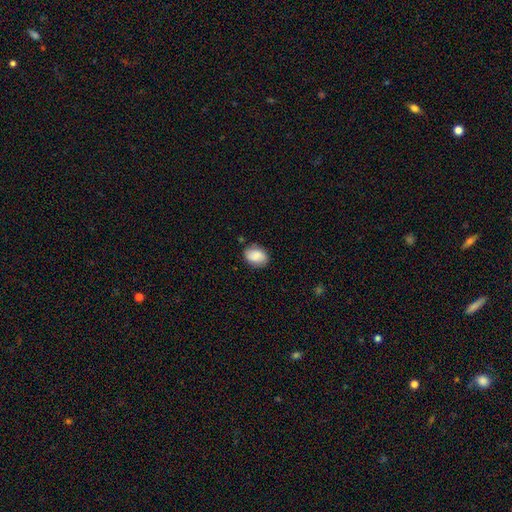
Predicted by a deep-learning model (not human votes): smooth-or-featured: smooth: 81% | featured or disk: 11% | star or artifact: 8%
  how-rounded: in between: 75% | round: 24% | cigar-shaped: 1%
  merging: none: 79% | minor disturbance: 16% | major disturbance: 3% | merger: 2%